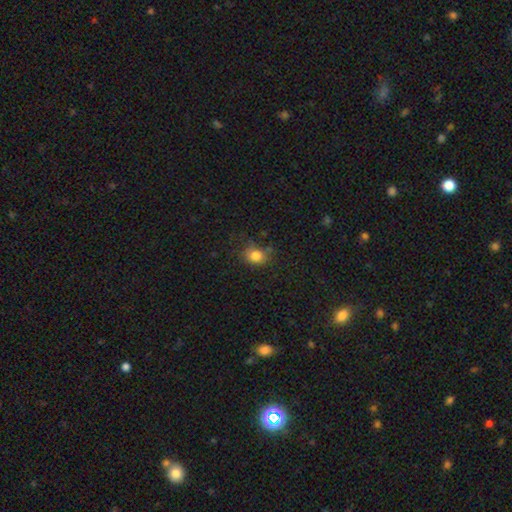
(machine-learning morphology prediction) The model was most divided on "how rounded": round: 59%, in between: 40%, cigar-shaped: 1%. More confident: smooth or featured — smooth (82%); merging — none (69%).